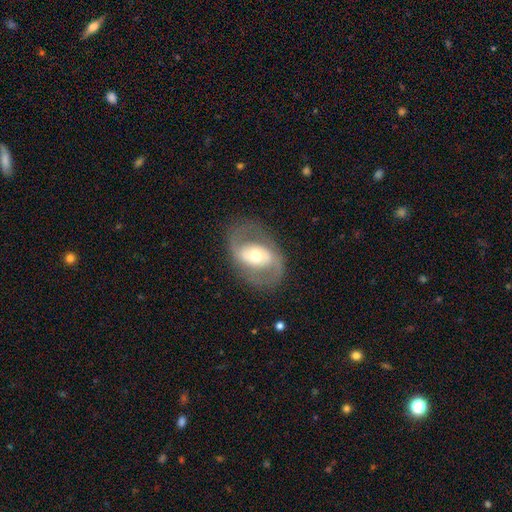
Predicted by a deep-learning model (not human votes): A featured or disk galaxy (79%) with no bar (47%), 2 (88%) medium (50%) spiral arms (80%) and a moderate central bulge (68%). Merging: none (77%).